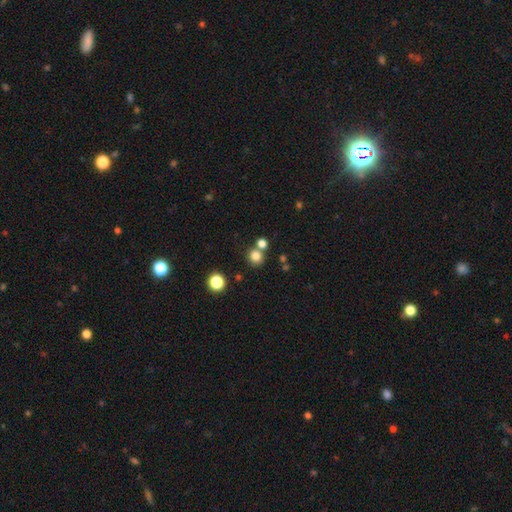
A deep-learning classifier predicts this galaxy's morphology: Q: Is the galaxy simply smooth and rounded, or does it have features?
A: smooth — 80%.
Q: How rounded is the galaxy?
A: round — 89%.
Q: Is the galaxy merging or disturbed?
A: none — 69%.